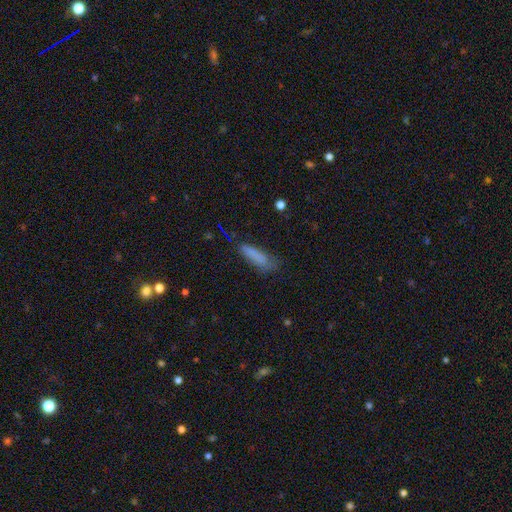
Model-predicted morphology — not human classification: This appears to be a smooth galaxy with no disk features (80%) that is cigar-shaped (69%). Merging: none (65%).